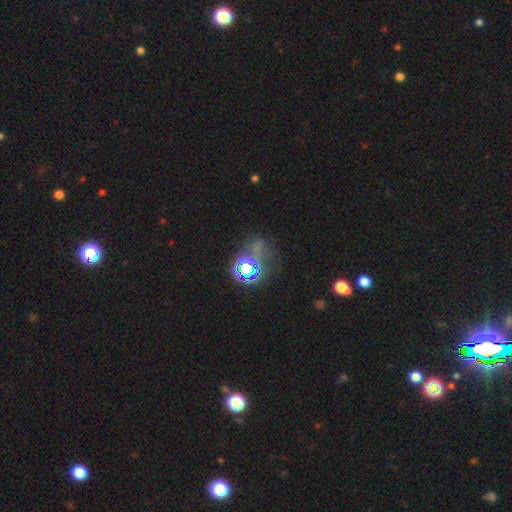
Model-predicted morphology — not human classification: Smooth or featured? star or artifact (58%)